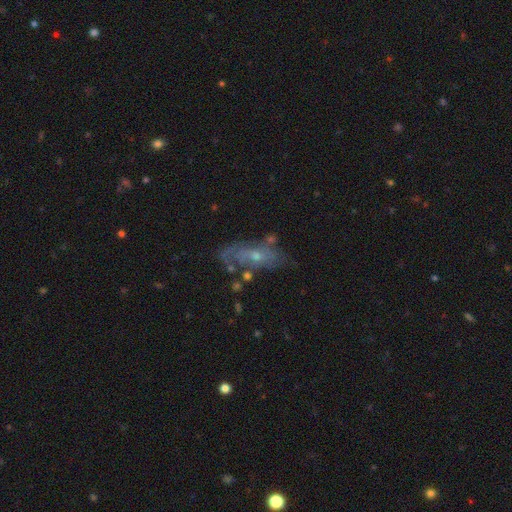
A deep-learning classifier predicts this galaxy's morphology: This is likely a featured or disk galaxy (65%). It is clearly not viewed edge-on (83%). Bar: likely no (74%). Spiral arm pattern: likely yes (62%). Central bulge: possibly small (54%). Merging: possibly none (55%).